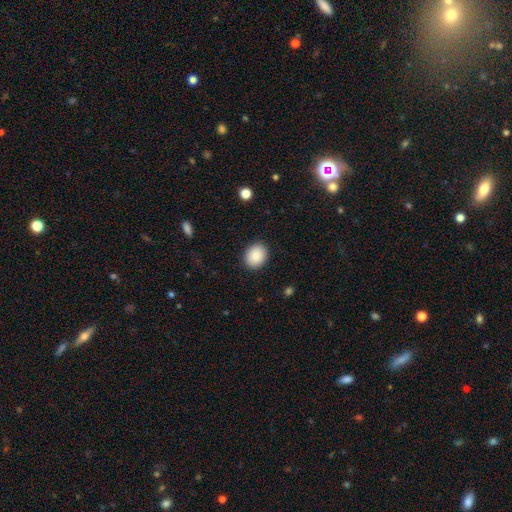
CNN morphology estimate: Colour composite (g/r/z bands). It shows a smooth galaxy with no disk features (89%) that is round (53%). Merging: none (90%).